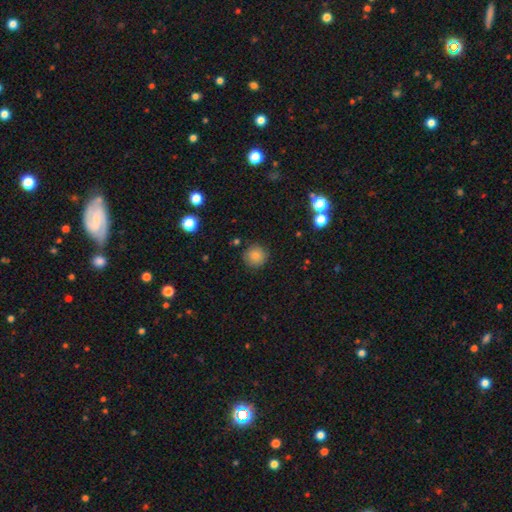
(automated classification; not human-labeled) Overall: smooth (82%). How rounded: round (94%). Merging: none (87%).